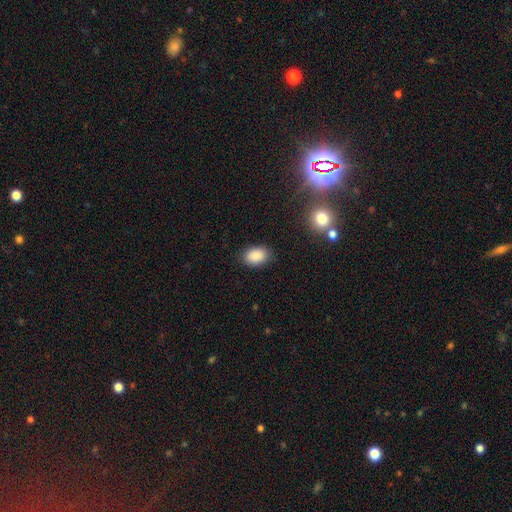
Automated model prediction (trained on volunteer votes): Smooth or featured?
  - smooth: 88% *
  - star or artifact: 8%
  - featured or disk: 4%
How rounded?
  - in between: 84% *
  - round: 15%
  - cigar-shaped: 1%
Merging?
  - none: 84% *
  - minor disturbance: 12%
  - major disturbance: 3%
  - merger: 1%